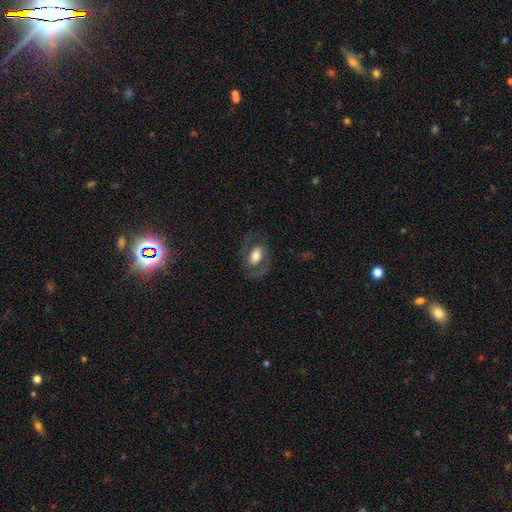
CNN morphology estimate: This is possibly a smooth galaxy (51%). How rounded: clearly in between (88%). Merging: likely none (69%).